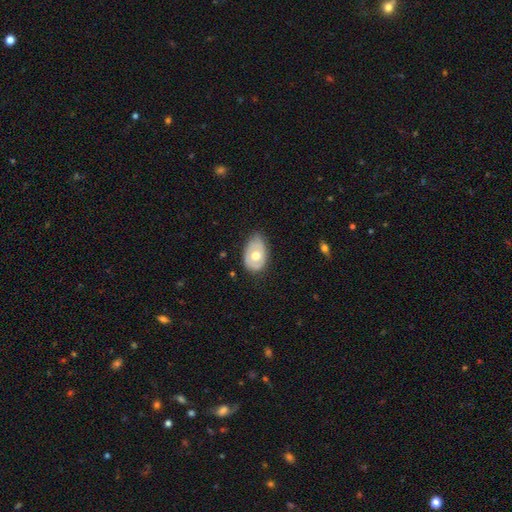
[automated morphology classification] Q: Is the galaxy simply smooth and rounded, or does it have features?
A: smooth — 51%.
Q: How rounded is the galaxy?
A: in between — 82%.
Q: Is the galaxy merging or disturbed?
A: none — 60%.